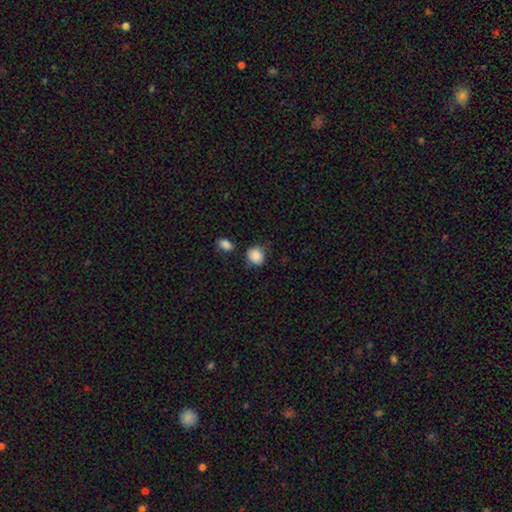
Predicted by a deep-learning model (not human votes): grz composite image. It shows a smooth galaxy with no disk features (88%) that is round (77%). Merging: none (69%).